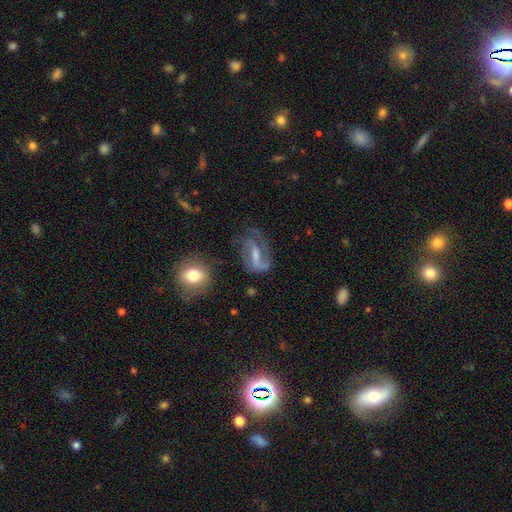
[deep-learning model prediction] Smooth or featured? featured or disk (74%)
Edge-on disk? no (95%)
Bar? weak (42%)
Spiral arms? yes (89%)
Spiral winding? medium (45%)
Spiral arm count? 2 (69%)
Bulge size? small (35%, tied with moderate)
Merging? none (54%)